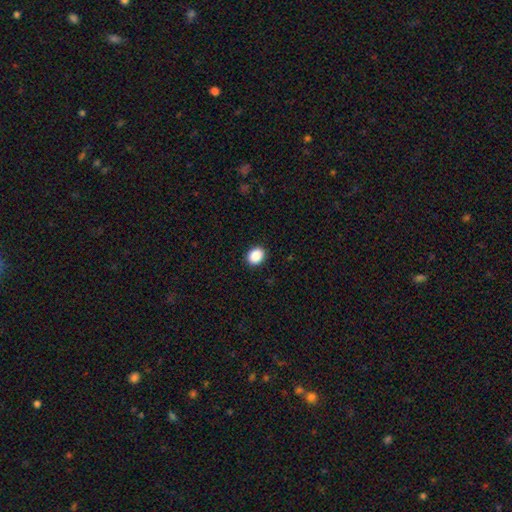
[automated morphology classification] Smooth or featured? Predicted: smooth (p=0.89). How rounded? Predicted: round (p=0.51). Merging? Predicted: none (p=0.90).